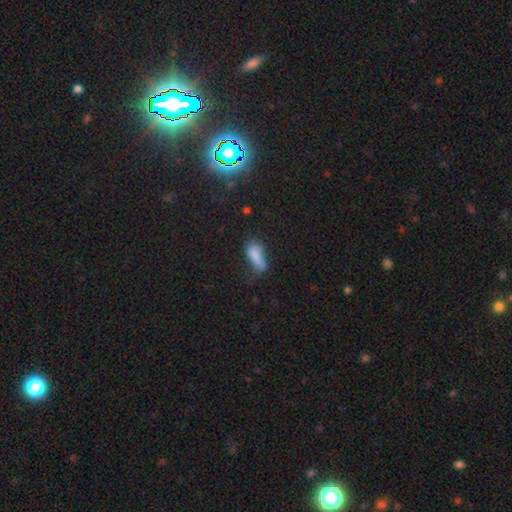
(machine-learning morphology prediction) Q: Smooth or featured?
A: smooth (75%); runner-up: featured or disk (14%)
Q: How rounded?
A: in between (75%); runner-up: cigar-shaped (22%)
Q: Merging?
A: minor disturbance (32%); runner-up: major disturbance (31%)